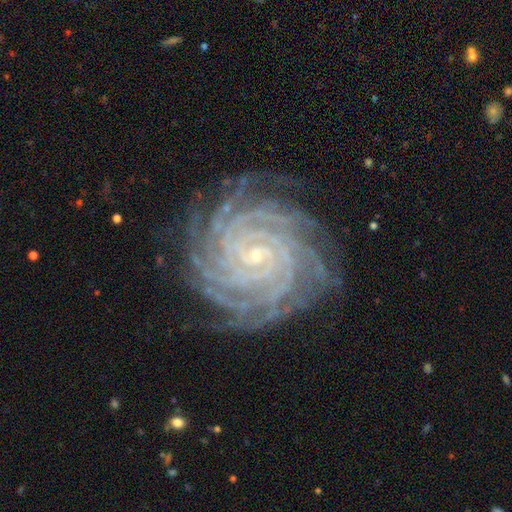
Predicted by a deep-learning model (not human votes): A featured or disk galaxy (91%) with no bar (48%), more than 4 (47%) tight (90%) spiral arms (99%) and a small central bulge (82%).

Vote fractions:
- Smooth or featured? featured or disk: 91% / star or artifact: 5% / smooth: 3%
- Edge-on disk? no: 98% / yes: 2%
- Bar? no: 48% / weak: 32% / strong: 20%
- Spiral arms? yes: 99% / no: 1%
- Spiral winding? tight: 90% / medium: 9% / loose: 1%
- Spiral arm count? more than 4: 47% / 4: 18% / can't tell: 10% / 3: 9% / 2: 8% / 1: 8%
- Bulge size? small: 82% / moderate: 15% / none: 1% / large: 1% / dominant: 1%
- Merging? none: 85% / minor disturbance: 10% / major disturbance: 3% / merger: 1%